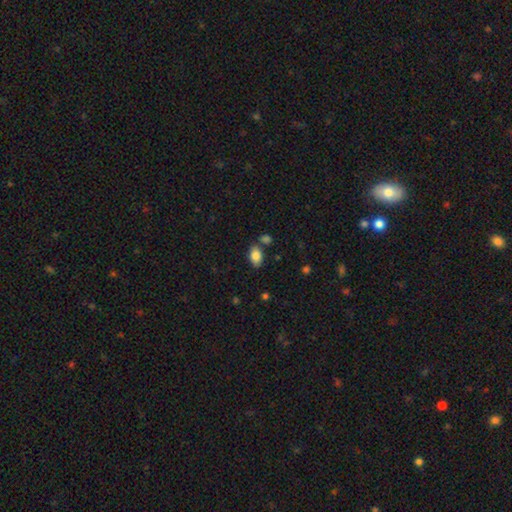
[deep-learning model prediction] Overall: smooth (84%). How rounded: in between (88%). Merging: none (72%).